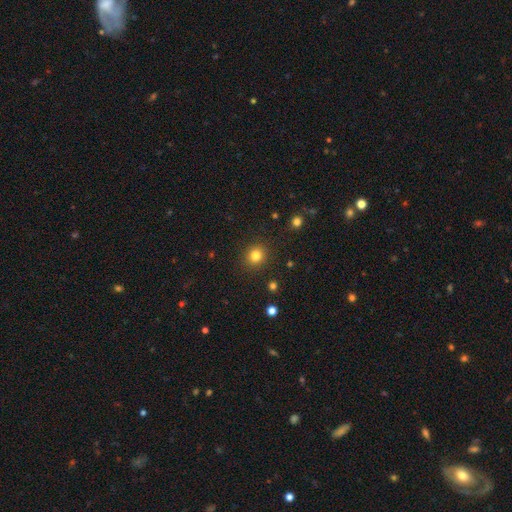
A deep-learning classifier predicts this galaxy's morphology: The model was most divided on "smooth or featured": smooth: 82%, star or artifact: 12%, featured or disk: 5%. More confident: merging — none (90%); how rounded — round (84%).